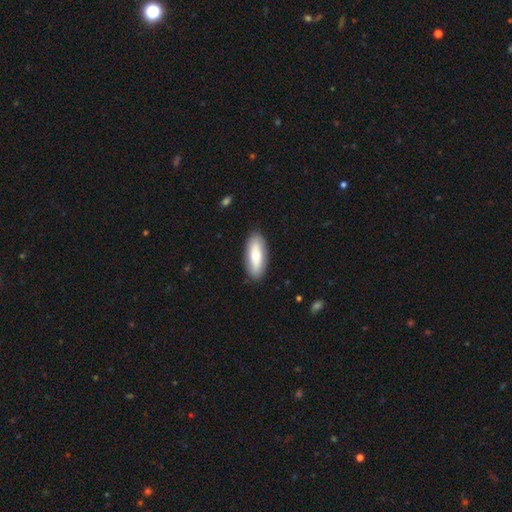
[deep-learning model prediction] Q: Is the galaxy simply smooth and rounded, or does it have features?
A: smooth — 68%.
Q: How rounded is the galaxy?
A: in between — 74%.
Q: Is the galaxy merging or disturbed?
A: none — 87%.